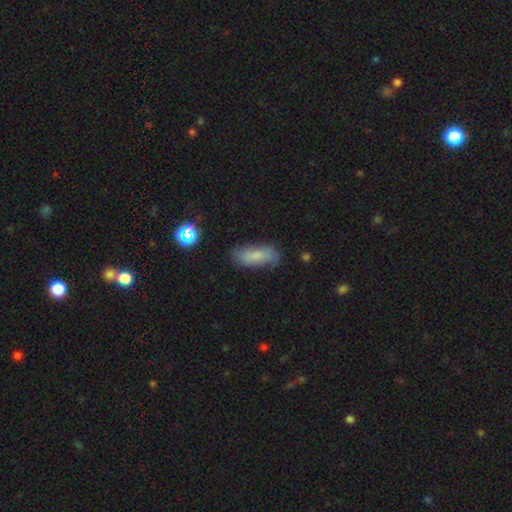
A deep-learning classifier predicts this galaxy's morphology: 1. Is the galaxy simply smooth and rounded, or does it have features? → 74% smooth, 17% featured or disk, 9% star or artifact.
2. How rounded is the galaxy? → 76% in between, 21% cigar-shaped, 3% round.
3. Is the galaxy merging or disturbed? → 70% none, 22% minor disturbance, 6% major disturbance, 2% merger.